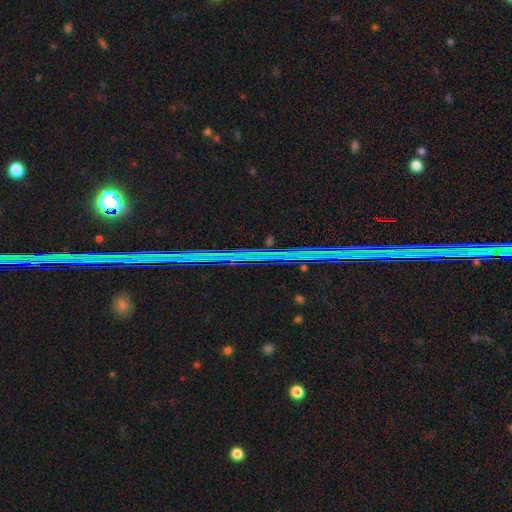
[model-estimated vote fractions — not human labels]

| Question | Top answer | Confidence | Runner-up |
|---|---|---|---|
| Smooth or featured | star or artifact | 86% | featured or disk (8%) |